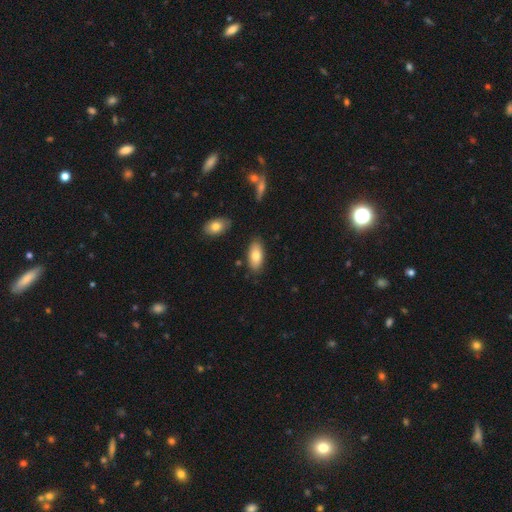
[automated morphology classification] Q: Smooth or featured?
A: smooth (78%); runner-up: featured or disk (15%)
Q: How rounded?
A: in between (90%); runner-up: cigar-shaped (8%)
Q: Merging?
A: none (83%); runner-up: minor disturbance (11%)